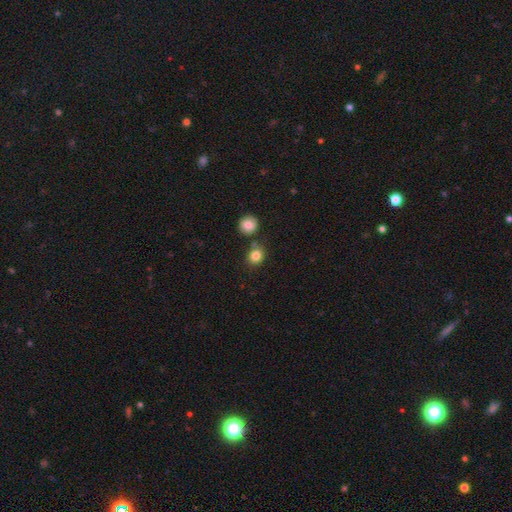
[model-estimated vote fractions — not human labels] smooth-or-featured: smooth: 83% | star or artifact: 11% | featured or disk: 6%
  how-rounded: round: 77% | in between: 22% | cigar-shaped: 1%
  merging: none: 74% | merger: 14% | minor disturbance: 10% | major disturbance: 3%